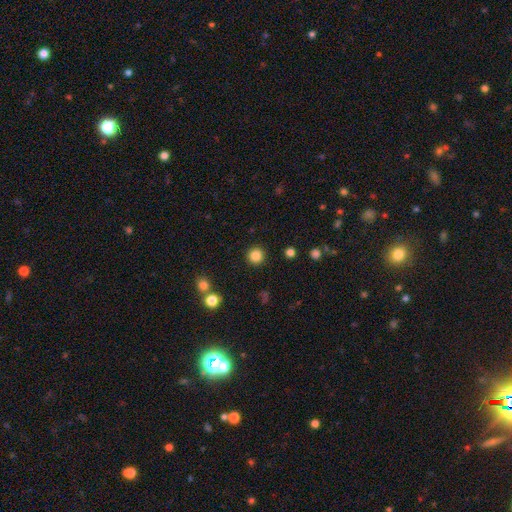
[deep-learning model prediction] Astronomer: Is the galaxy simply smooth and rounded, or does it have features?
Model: smooth — 85%.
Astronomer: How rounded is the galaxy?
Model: round — 95%.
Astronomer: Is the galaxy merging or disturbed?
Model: none — 91%.